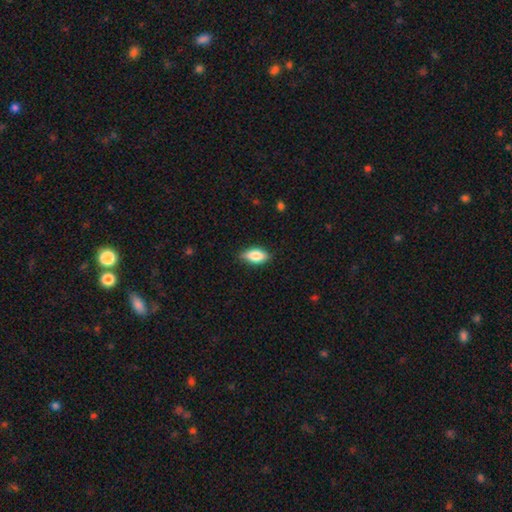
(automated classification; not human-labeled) Morphology: type=smooth (82%); roundness=in between (88%); merging=none (80%).